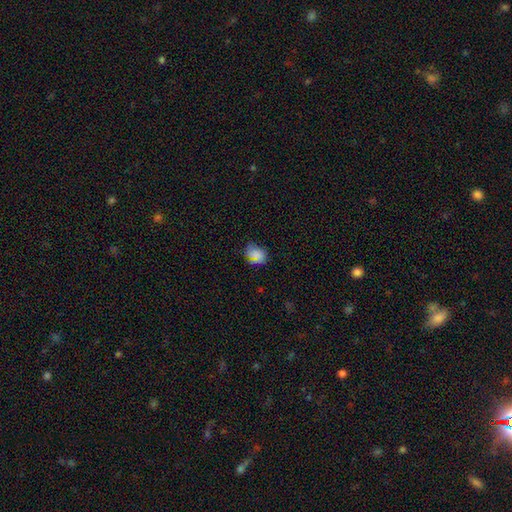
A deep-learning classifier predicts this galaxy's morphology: Smooth or featured? smooth (71%)
How rounded? in between (54%)
Merging? none (75%)